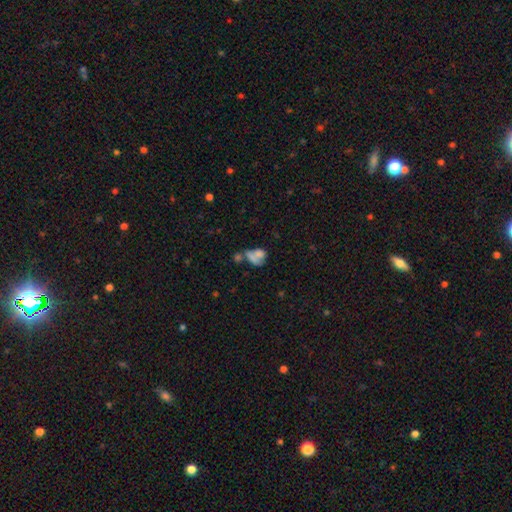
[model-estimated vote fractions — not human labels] A smooth galaxy with no disk features (60%) that is in between round and cigar-shaped (67%). Merging: merger (49%).